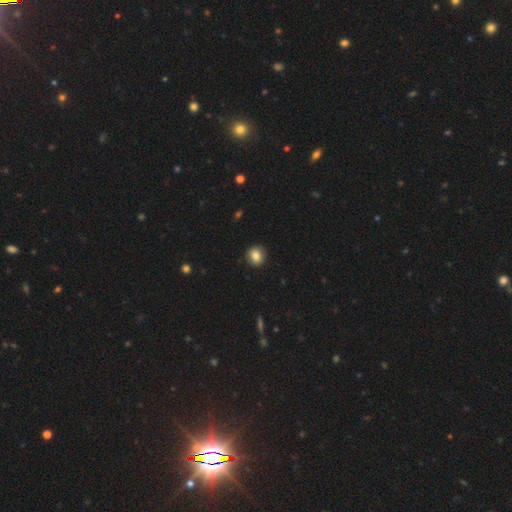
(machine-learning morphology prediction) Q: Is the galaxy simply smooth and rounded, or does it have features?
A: smooth — 84%.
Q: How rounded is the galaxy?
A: round — 81%.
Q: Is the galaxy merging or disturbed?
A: none — 90%.